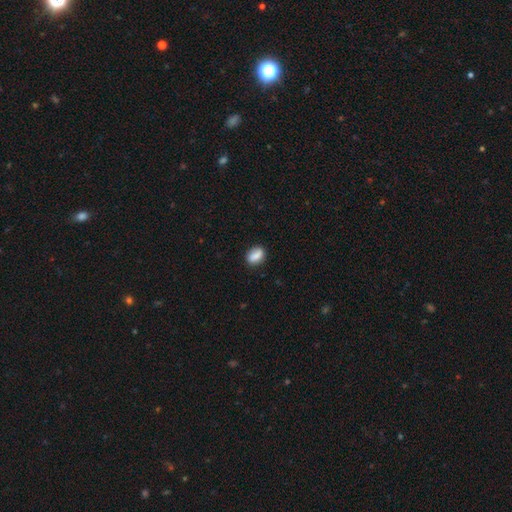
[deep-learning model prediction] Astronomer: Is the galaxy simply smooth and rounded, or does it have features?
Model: smooth — 82%.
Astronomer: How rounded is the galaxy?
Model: in between — 74%.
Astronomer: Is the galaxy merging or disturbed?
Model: none — 83%.